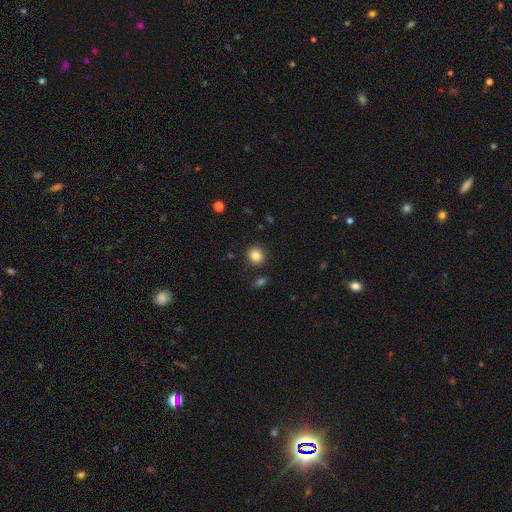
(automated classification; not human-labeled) smooth 84%, star or artifact 10%, featured or disk 6%. Down the decision tree: how rounded — round (84%); merging — none (88%).